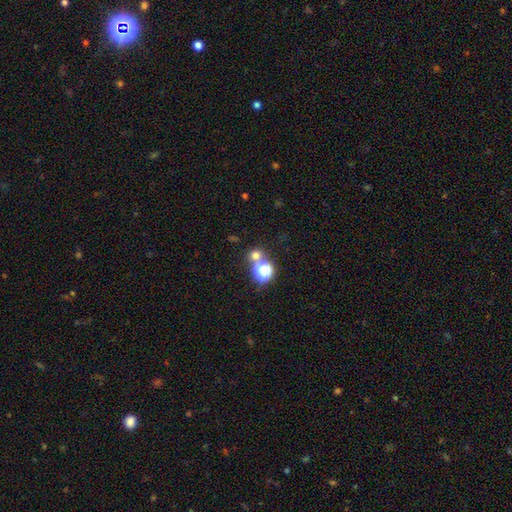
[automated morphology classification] smooth 65%, star or artifact 27%, featured or disk 7%. Down the decision tree: how rounded — round (86%); merging — none (64%).